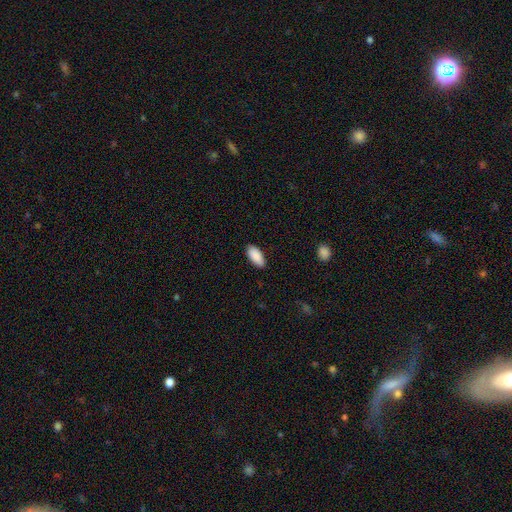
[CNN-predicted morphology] Smooth or featured? smooth (90%)
How rounded? in between (91%)
Merging? none (87%)